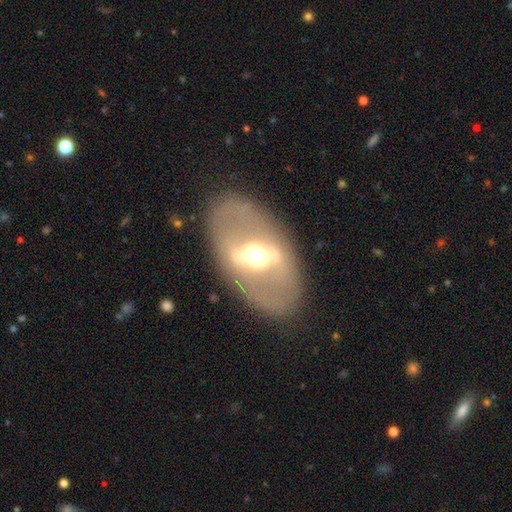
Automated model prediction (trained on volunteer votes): A featured or disk galaxy (72%) with a strong bar (66%), no spiral arms (78%) and a moderate central bulge (62%). Merging: none (80%).